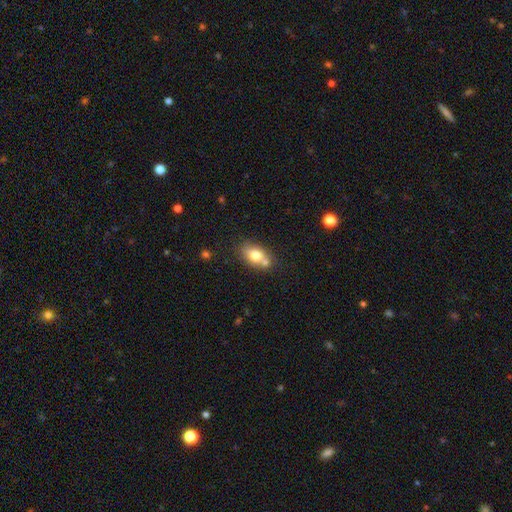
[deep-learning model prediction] Smooth or featured?
  - smooth: 74% *
  - featured or disk: 17%
  - star or artifact: 9%
How rounded?
  - in between: 77% *
  - round: 20%
  - cigar-shaped: 3%
Merging?
  - none: 54% *
  - merger: 27%
  - minor disturbance: 15%
  - major disturbance: 4%